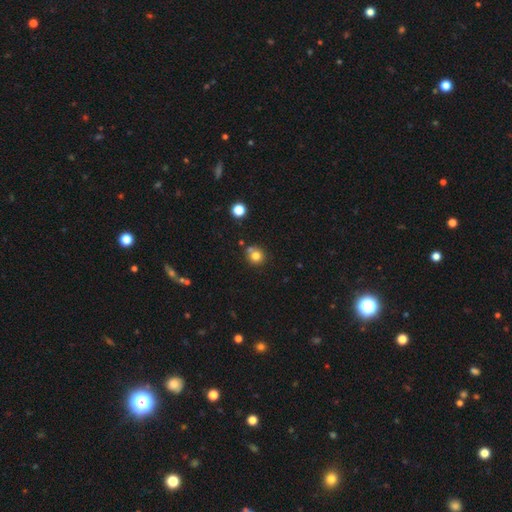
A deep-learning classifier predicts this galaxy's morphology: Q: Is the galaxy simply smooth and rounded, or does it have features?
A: smooth — 78%.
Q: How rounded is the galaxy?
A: round — 90%.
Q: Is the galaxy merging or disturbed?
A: none — 66%.